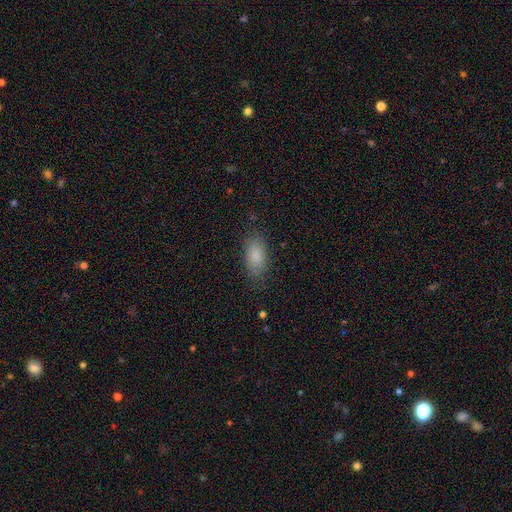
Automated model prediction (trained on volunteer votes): smooth_or_featured: smooth (p=0.84) [alt: star or artifact p=0.08]
how_rounded: in between (p=0.89) [alt: cigar-shaped p=0.07]
merging: none (p=0.80) [alt: minor disturbance p=0.14]